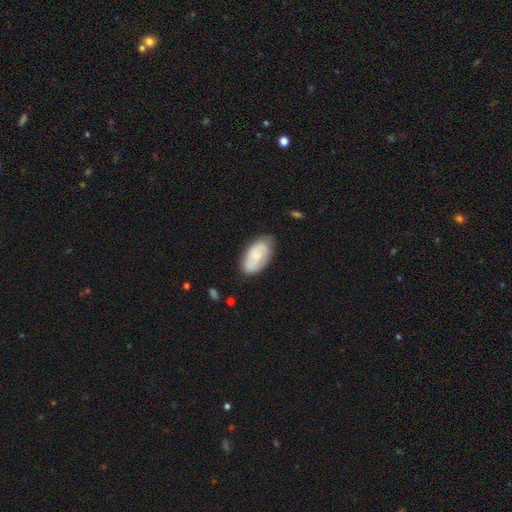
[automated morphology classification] A smooth galaxy with no disk features (70%) that is in between round and cigar-shaped (94%).

Vote fractions:
- Smooth or featured? smooth: 70% / featured or disk: 24% / star or artifact: 6%
- How rounded? in between: 94% / cigar-shaped: 3% / round: 3%
- Merging? none: 72% / minor disturbance: 21% / major disturbance: 5% / merger: 2%